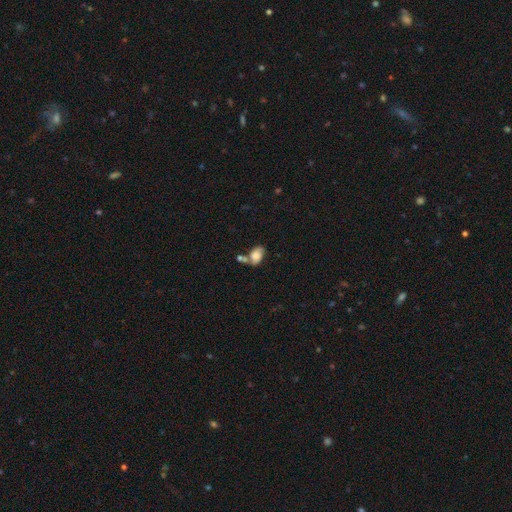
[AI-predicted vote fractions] Morphology: type=smooth (76%); roundness=in between (88%); merging=none (42%).